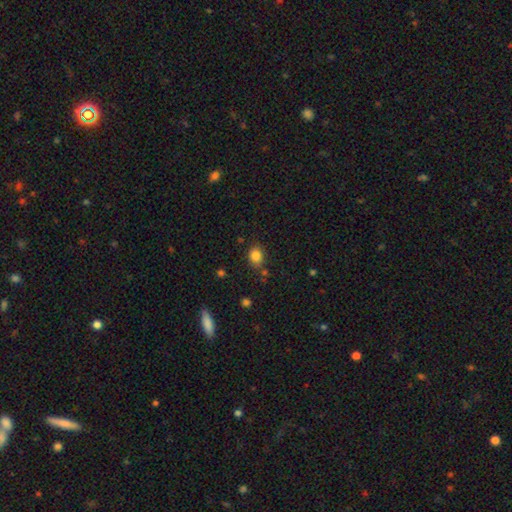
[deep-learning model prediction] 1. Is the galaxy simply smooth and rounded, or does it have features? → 83% smooth, 11% star or artifact, 6% featured or disk.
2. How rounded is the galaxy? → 50% in between, 48% round, 1% cigar-shaped.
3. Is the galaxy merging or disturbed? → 74% none, 16% minor disturbance, 5% merger, 4% major disturbance.